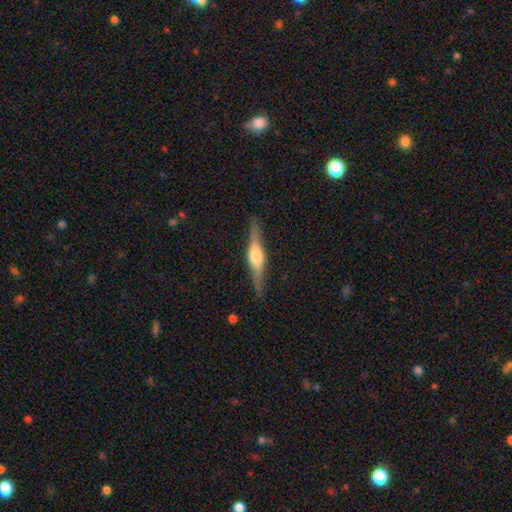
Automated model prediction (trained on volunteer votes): Morphology: type=featured or disk (68%); edge-on=yes (96%); edge-on bulge=rounded (82%); merging=none (87%).